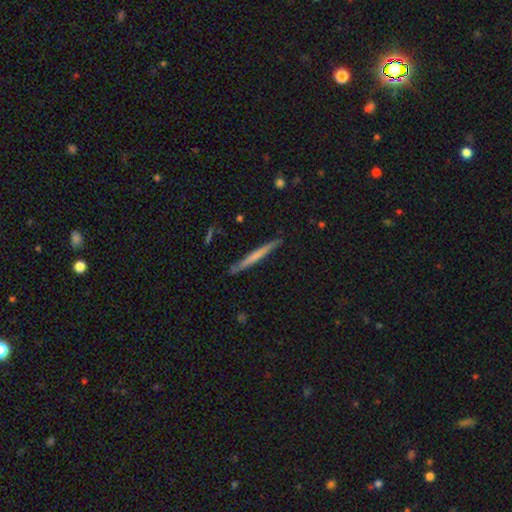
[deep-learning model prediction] The model was most divided on "smooth or featured": smooth: 51%, featured or disk: 43%, star or artifact: 5%. More confident: how rounded — cigar-shaped (97%); merging — none (88%).